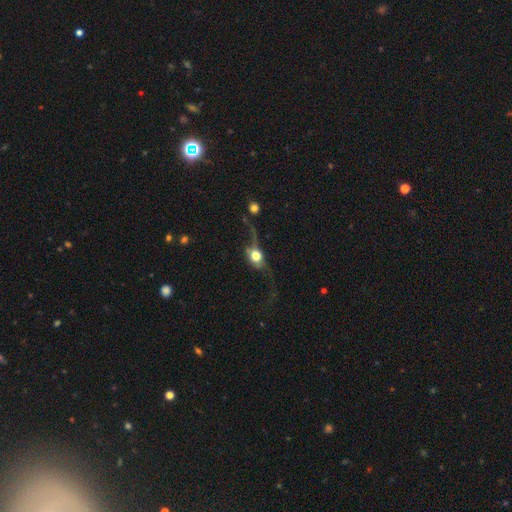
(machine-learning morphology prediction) Smooth or featured? Predicted: featured or disk (p=0.47). Merging? Predicted: major disturbance (p=0.37).